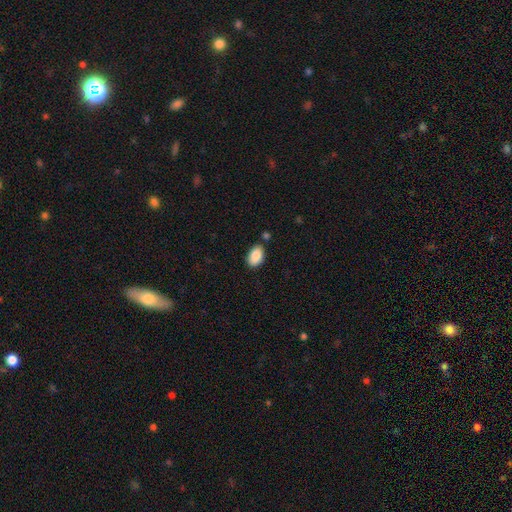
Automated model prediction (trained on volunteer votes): Morphology: type=smooth (88%); roundness=in between (92%); merging=none (78%).